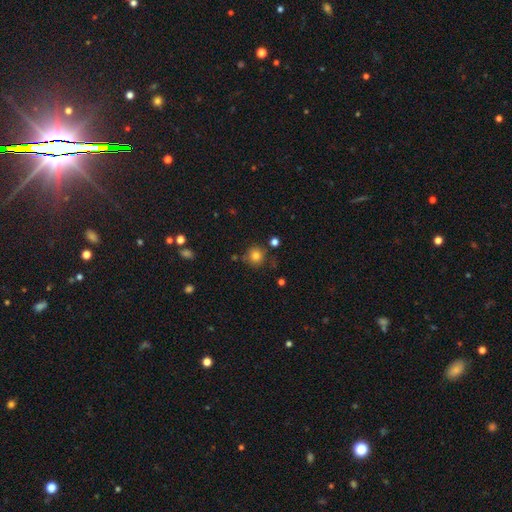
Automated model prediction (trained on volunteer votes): This is clearly a smooth galaxy (80%). How rounded: clearly round (92%). Merging: clearly none (80%).